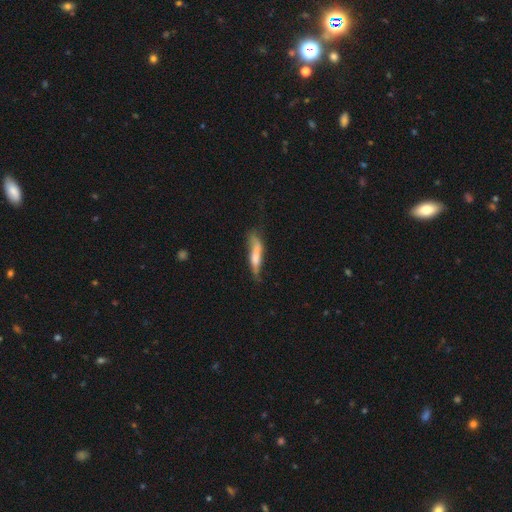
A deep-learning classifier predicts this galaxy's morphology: type=smooth (60%); roundness=cigar-shaped (78%); merging=none (42%).